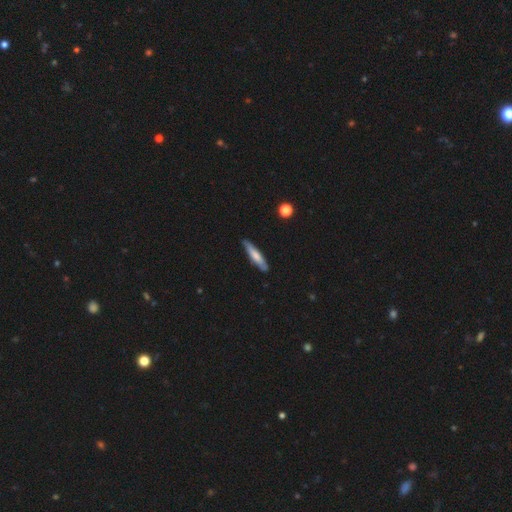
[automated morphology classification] Q: Smooth or featured?
A: smooth (63%); runner-up: featured or disk (32%)
Q: How rounded?
A: cigar-shaped (87%); runner-up: in between (12%)
Q: Merging?
A: none (83%); runner-up: minor disturbance (13%)